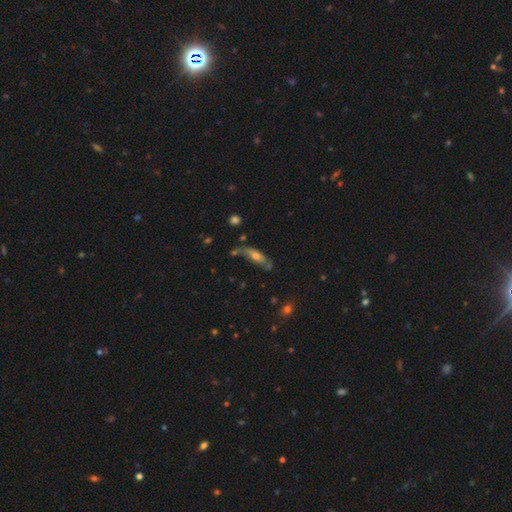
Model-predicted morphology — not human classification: smooth-or-featured: smooth: 49% | featured or disk: 41% | star or artifact: 10%
  merging: none: 50% | minor disturbance: 26% | major disturbance: 13% | merger: 11%